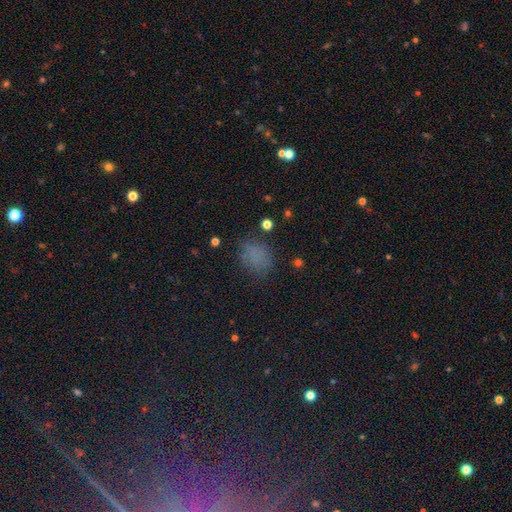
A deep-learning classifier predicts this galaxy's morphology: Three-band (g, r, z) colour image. It shows a smooth galaxy with no disk features (70%) that is in between round and cigar-shaped (52%). Merging: none (71%).